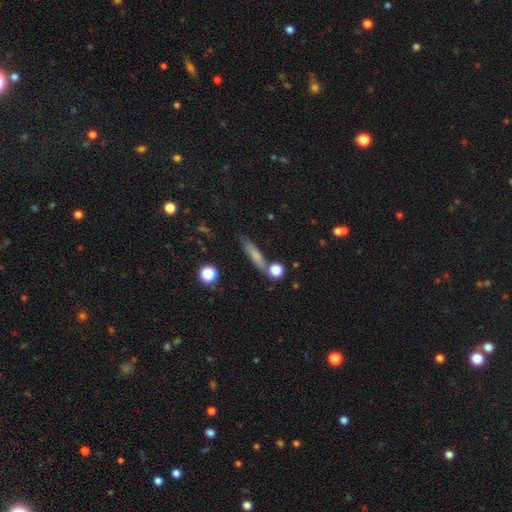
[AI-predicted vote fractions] The model was most divided on "smooth or featured": smooth: 67%, featured or disk: 23%, star or artifact: 11%. More confident: how rounded — cigar-shaped (79%); merging — none (71%).